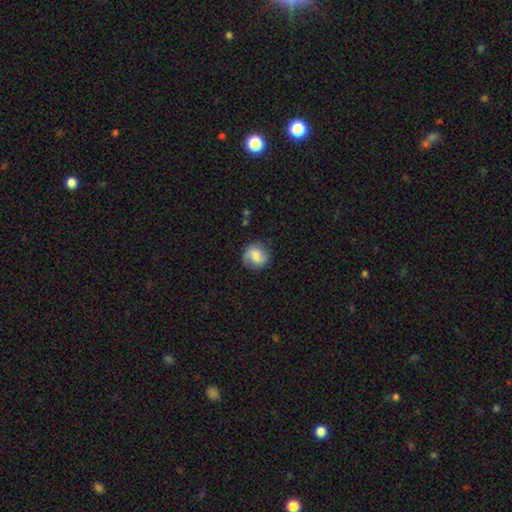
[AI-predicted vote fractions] A smooth galaxy with no disk features (51%) that is round (87%). Merging: none (80%).